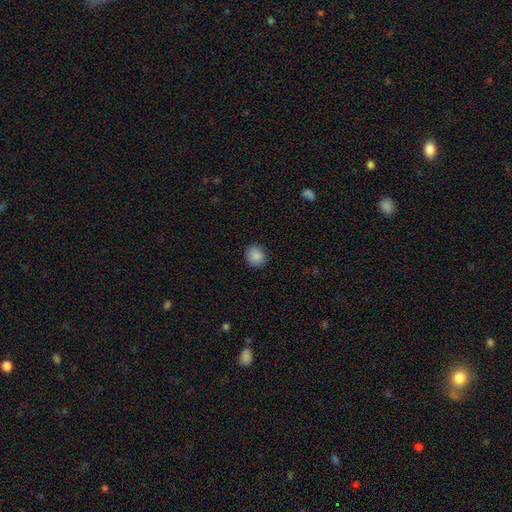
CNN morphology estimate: smooth-or-featured: smooth: 87% | star or artifact: 9% | featured or disk: 4%
  how-rounded: round: 84% | in between: 15% | cigar-shaped: 1%
  merging: none: 90% | minor disturbance: 7% | major disturbance: 2% | merger: 1%